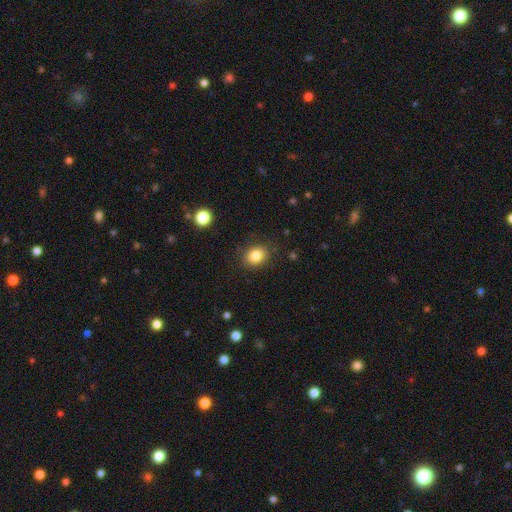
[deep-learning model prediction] smooth-or-featured: smooth: 84% | star or artifact: 10% | featured or disk: 6%
  how-rounded: round: 52% | in between: 47% | cigar-shaped: 1%
  merging: none: 86% | minor disturbance: 10% | major disturbance: 3% | merger: 1%